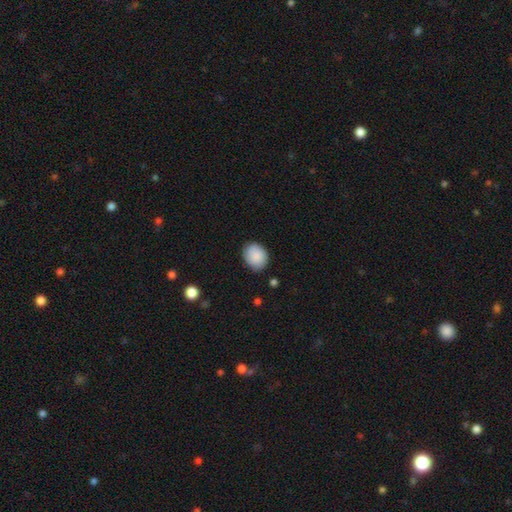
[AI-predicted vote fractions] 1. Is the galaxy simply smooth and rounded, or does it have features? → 88% smooth, 6% star or artifact, 5% featured or disk.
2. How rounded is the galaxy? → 54% round, 45% in between, 1% cigar-shaped.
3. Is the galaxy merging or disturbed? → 84% none, 12% minor disturbance, 3% major disturbance, 1% merger.